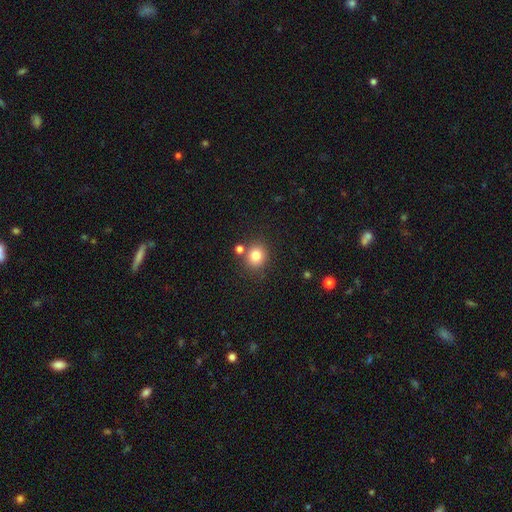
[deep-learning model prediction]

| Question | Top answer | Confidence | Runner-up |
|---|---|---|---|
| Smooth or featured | smooth | 81% | star or artifact (12%) |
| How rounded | round | 78% | in between (21%) |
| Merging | none | 76% | merger (12%) |